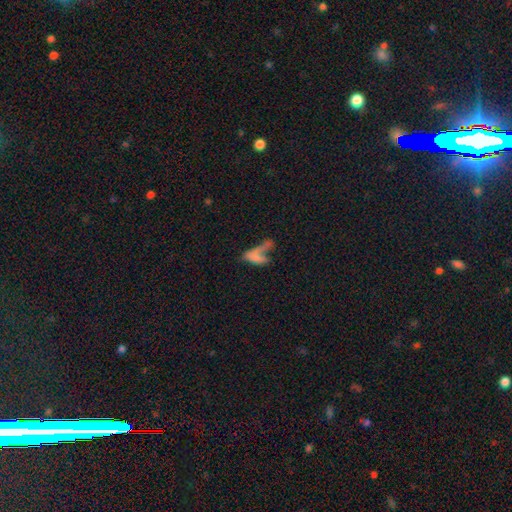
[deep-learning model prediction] smooth 59%, featured or disk 27%, star or artifact 14%. Down the decision tree: how rounded — in between (59%); merging — merger (39%).